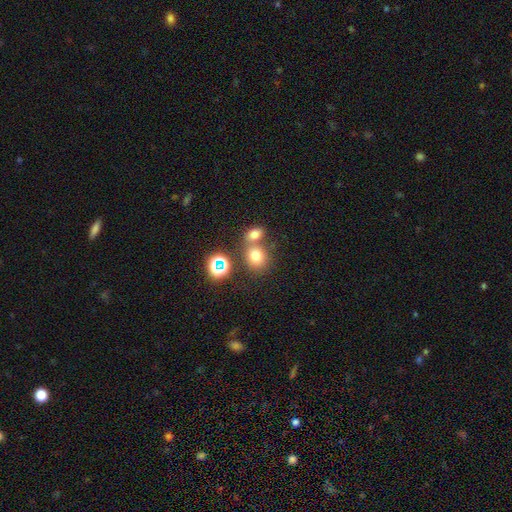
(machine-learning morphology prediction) smooth_or_featured: smooth (p=0.73) [alt: star or artifact p=0.18]
how_rounded: round (p=0.65) [alt: in between p=0.34]
merging: none (p=0.51) [alt: merger p=0.36]